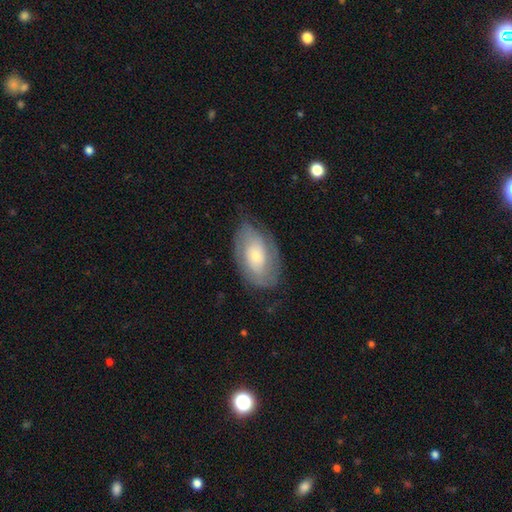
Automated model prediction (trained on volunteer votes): Overall: featured or disk (64%; smooth 30%). Edge-on disk: no (94%). Bar: no (75%). Spiral arms: yes (80%). Bulge size: small (57%; moderate 36%). Merging: none (70%).